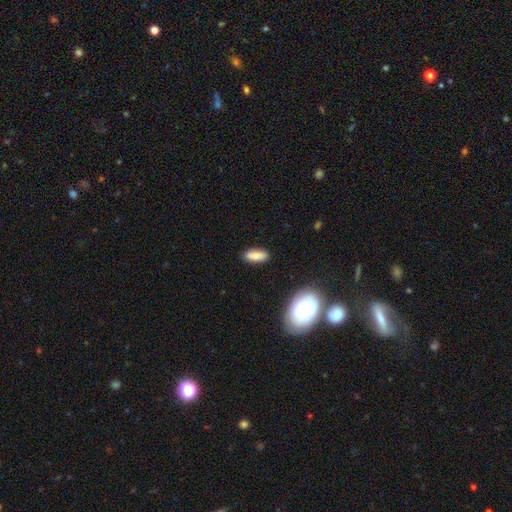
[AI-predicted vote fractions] Overall: smooth (80%). How rounded: in between (75%). Merging: none (82%).